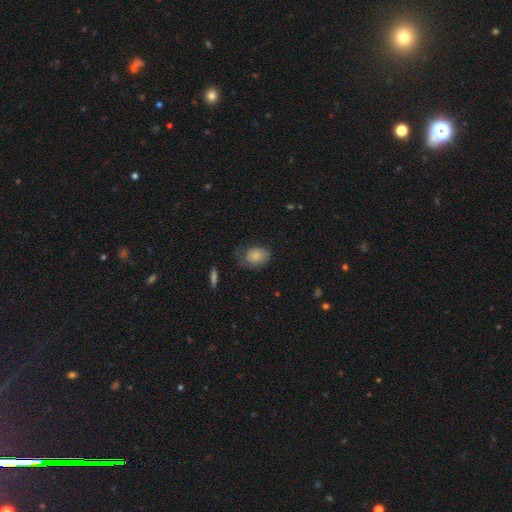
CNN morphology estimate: This is likely a smooth galaxy (72%). How rounded: likely in between (65%). Merging: possibly none (45%).